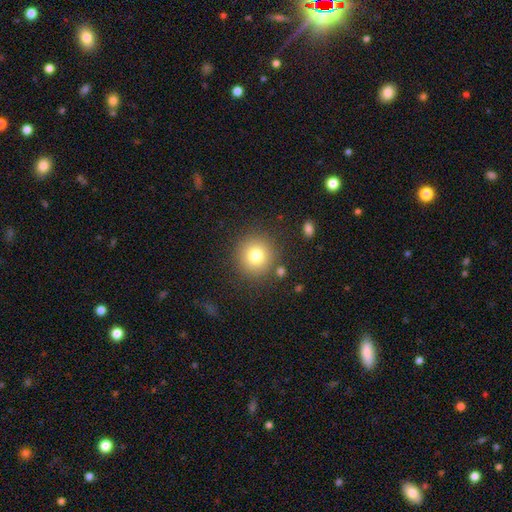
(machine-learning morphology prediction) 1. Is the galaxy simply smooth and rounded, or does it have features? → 78% smooth, 12% star or artifact, 10% featured or disk.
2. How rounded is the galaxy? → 93% round, 6% in between, 1% cigar-shaped.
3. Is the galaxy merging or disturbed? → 86% none, 8% minor disturbance, 3% major disturbance, 3% merger.